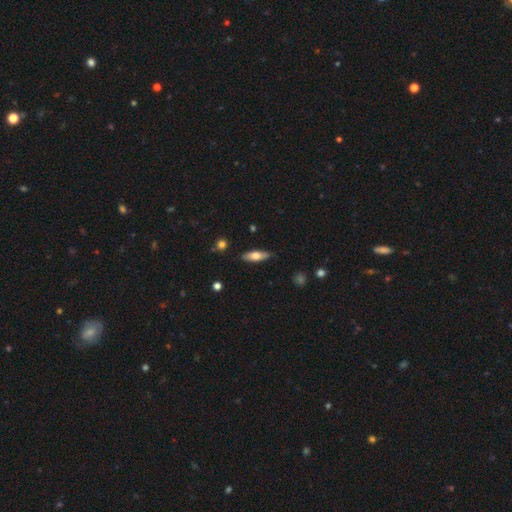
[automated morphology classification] Smooth or featured: smooth — 65% (featured or disk — 29%)
How rounded: in between — 56% (cigar-shaped — 41%)
Merging: none — 84% (minor disturbance — 13%)